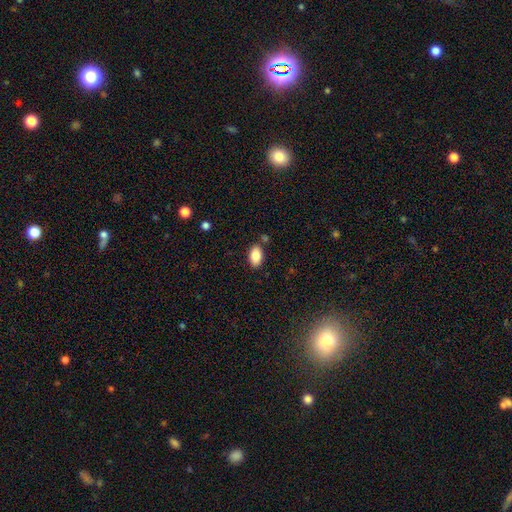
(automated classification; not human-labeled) smooth_or_featured: smooth (p=0.85) [alt: star or artifact p=0.07]
how_rounded: in between (p=0.92) [alt: round p=0.06]
merging: none (p=0.82) [alt: minor disturbance p=0.11]